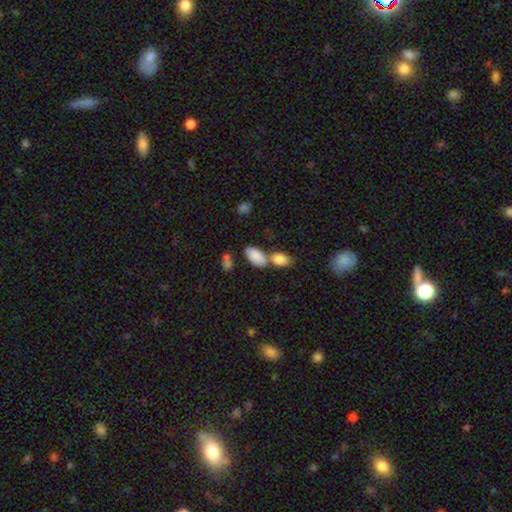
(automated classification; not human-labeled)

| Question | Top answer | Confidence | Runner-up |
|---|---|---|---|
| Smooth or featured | smooth | 86% | star or artifact (7%) |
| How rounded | in between | 94% | round (3%) |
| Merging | none | 45% | merger (41%) |